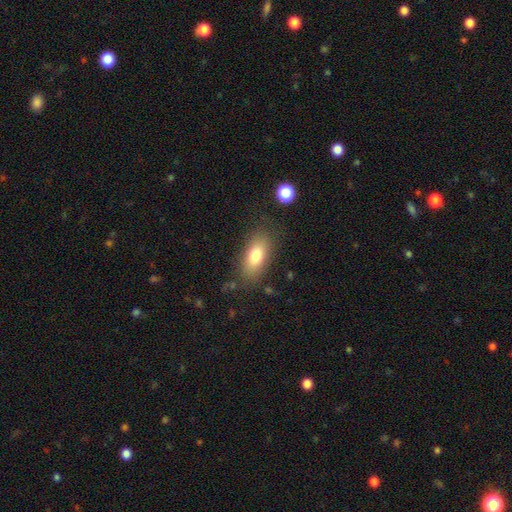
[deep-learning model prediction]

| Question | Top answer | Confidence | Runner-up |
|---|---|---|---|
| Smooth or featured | smooth | 78% | featured or disk (14%) |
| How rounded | in between | 85% | cigar-shaped (10%) |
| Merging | none | 78% | minor disturbance (14%) |